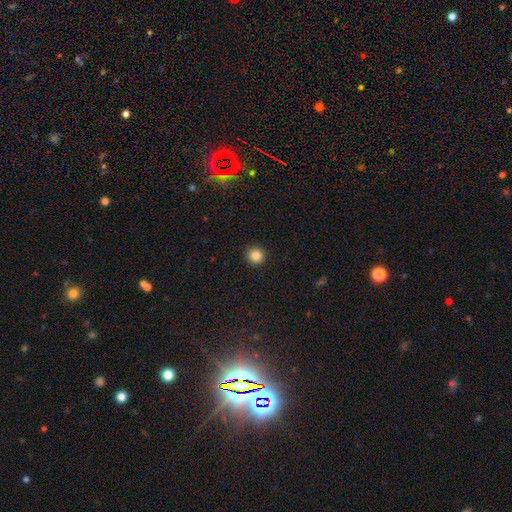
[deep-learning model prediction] smooth 86%, star or artifact 11%, featured or disk 3%. Down the decision tree: how rounded — round (95%); merging — none (93%).